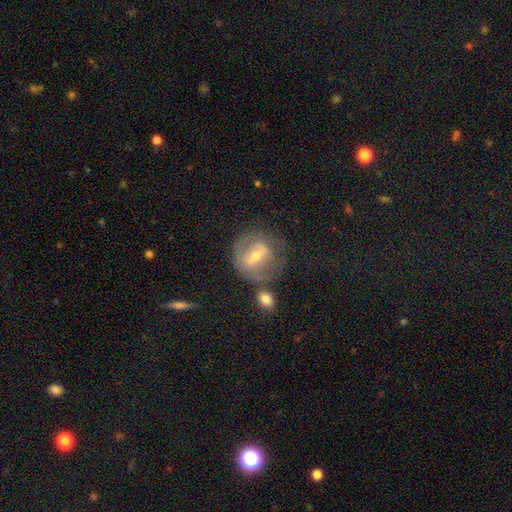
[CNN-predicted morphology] Smooth or featured? Predicted: featured or disk (p=0.61). Edge-on disk? Predicted: no (p=0.92). Bar? Predicted: weak (p=0.42). Spiral arms? Predicted: no (p=0.50, tied with yes). Bulge size? Predicted: moderate (p=0.53). Merging? Predicted: none (p=0.55).